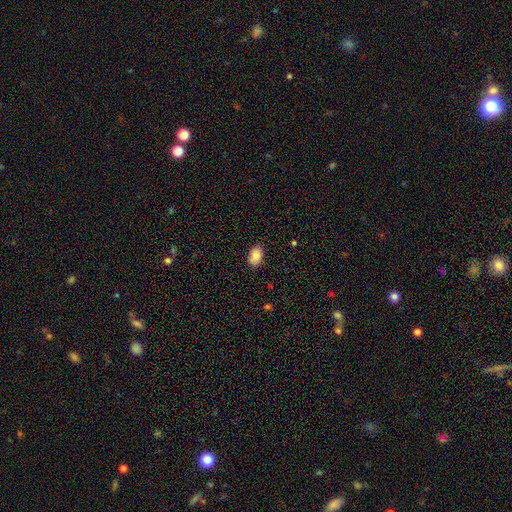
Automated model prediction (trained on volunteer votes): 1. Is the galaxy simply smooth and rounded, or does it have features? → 88% smooth, 7% star or artifact, 4% featured or disk.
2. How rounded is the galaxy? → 86% in between, 13% round, 1% cigar-shaped.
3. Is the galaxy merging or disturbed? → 88% none, 9% minor disturbance, 2% major disturbance, 1% merger.